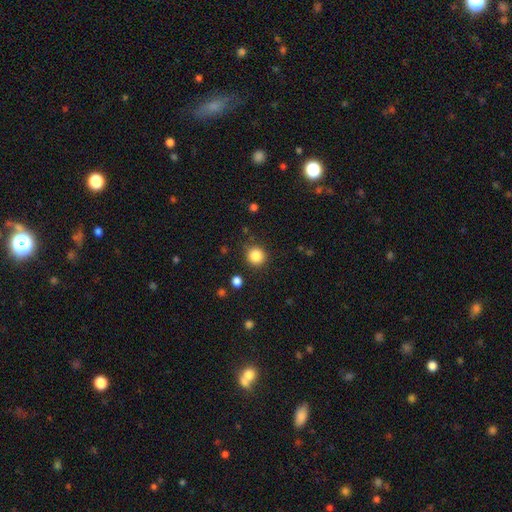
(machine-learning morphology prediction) Overall: smooth (85%). How rounded: round (93%). Merging: none (88%).